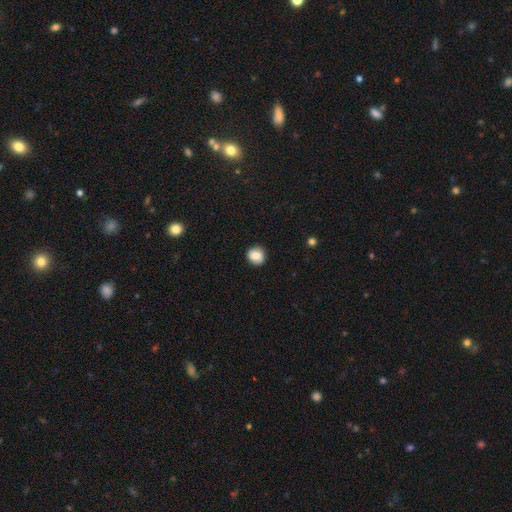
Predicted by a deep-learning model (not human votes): smooth-or-featured: smooth: 80% | featured or disk: 11% | star or artifact: 9%
  how-rounded: round: 88% | in between: 11% | cigar-shaped: 1%
  merging: none: 88% | minor disturbance: 9% | major disturbance: 2% | merger: 1%